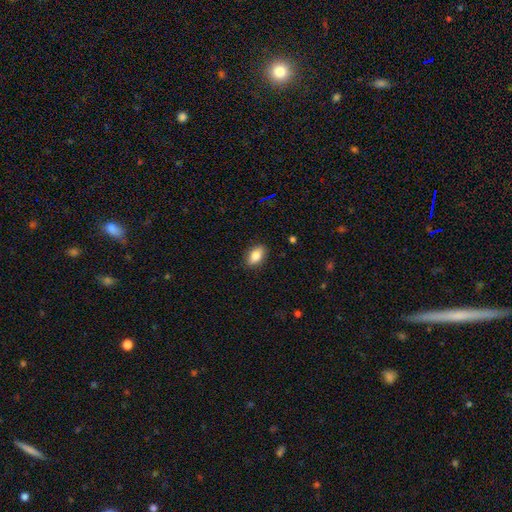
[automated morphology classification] Smooth or featured? smooth (85%)
How rounded? in between (89%)
Merging? none (87%)